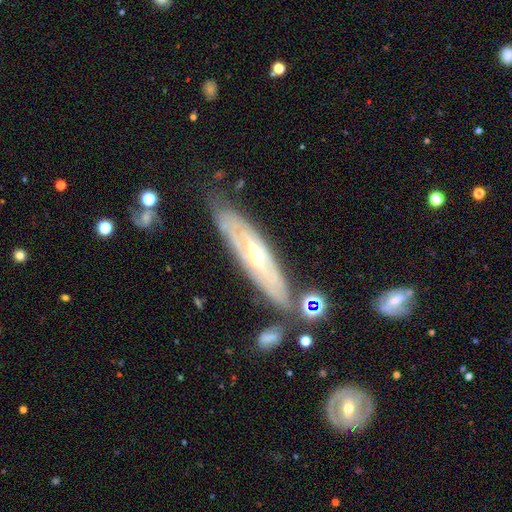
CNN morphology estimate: Smooth or featured?
  - featured or disk: 77% *
  - smooth: 17%
  - star or artifact: 7%
Edge-on disk?
  - no: 58% *
  - yes: 42%
Merging?
  - none: 73% *
  - minor disturbance: 17%
  - major disturbance: 5%
  - merger: 5%